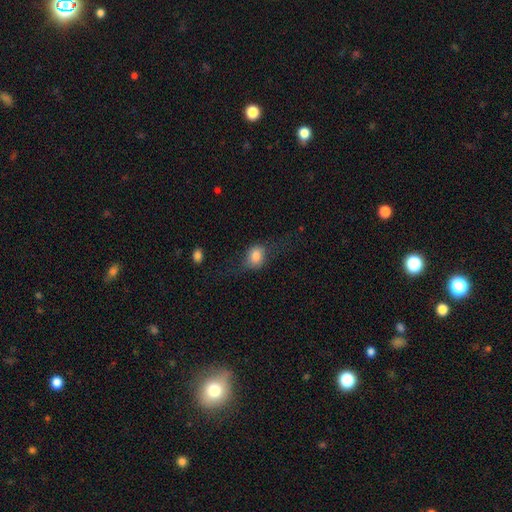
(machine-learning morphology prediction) smooth 78%, featured or disk 14%, star or artifact 9%. Down the decision tree: how rounded — in between (56%); merging — none (52%).